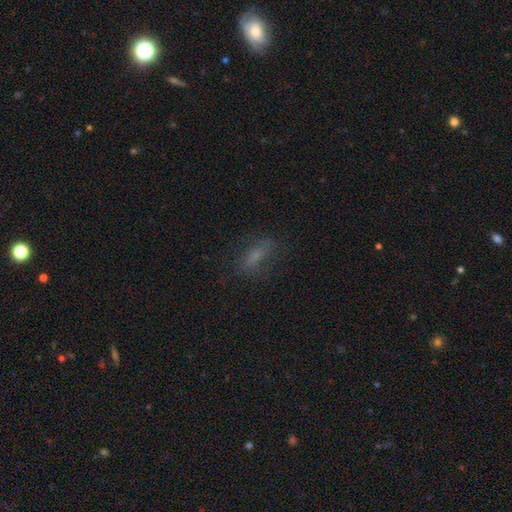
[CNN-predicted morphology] Smooth or featured? smooth (55%)
How rounded? in between (59%)
Merging? none (71%)